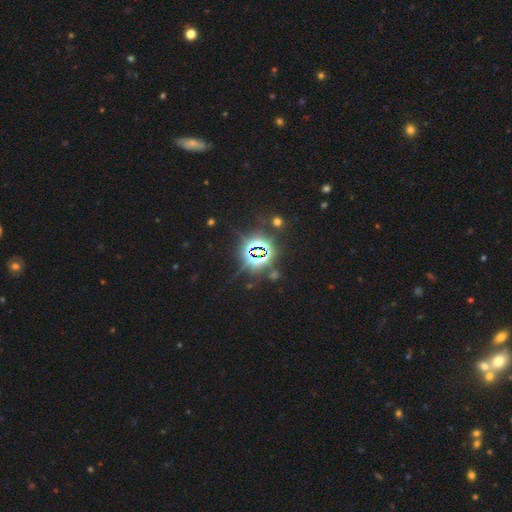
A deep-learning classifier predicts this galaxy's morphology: This is clearly a star or artifact rather than a galaxy (81%).